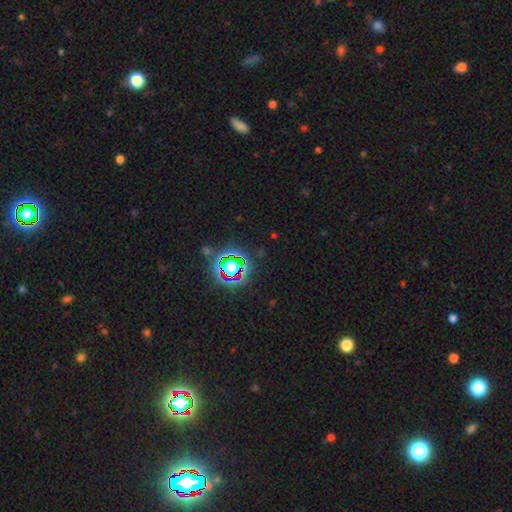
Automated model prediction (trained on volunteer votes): This is likely a star or artifact rather than a galaxy (78%).